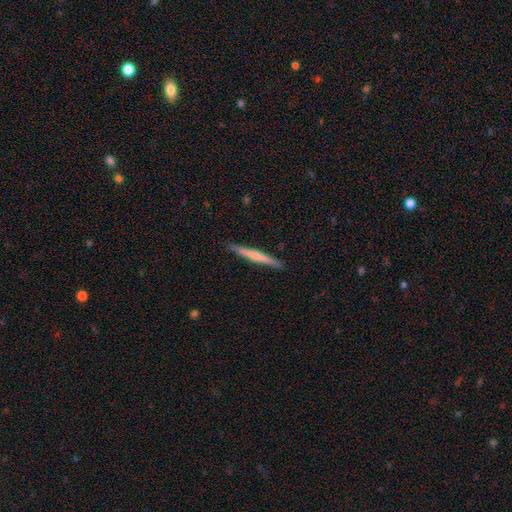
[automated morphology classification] A featured or disk galaxy (53%) viewed edge-on (97%) with no central bulge (46%). Merging: none (91%).